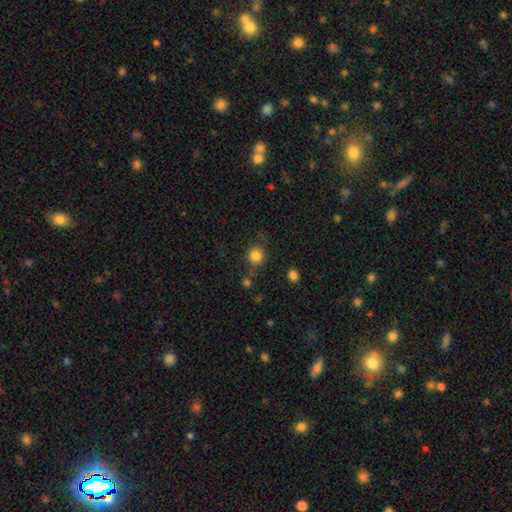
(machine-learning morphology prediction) smooth 83%, star or artifact 11%, featured or disk 6%. Down the decision tree: how rounded — round (87%); merging — none (70%).